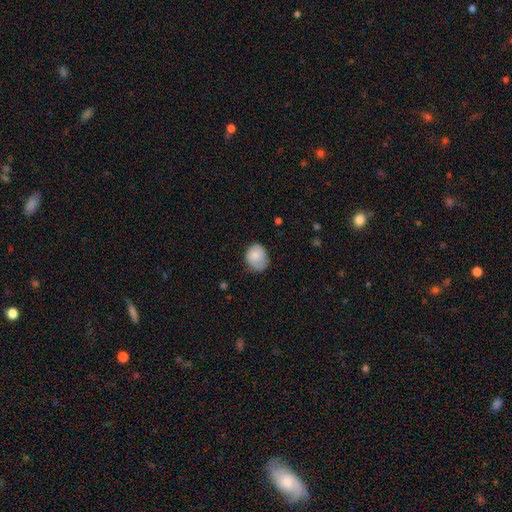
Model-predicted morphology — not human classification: The model was most divided on "how rounded": round: 53%, in between: 46%, cigar-shaped: 1%. More confident: smooth or featured — smooth (82%); merging — none (59%).